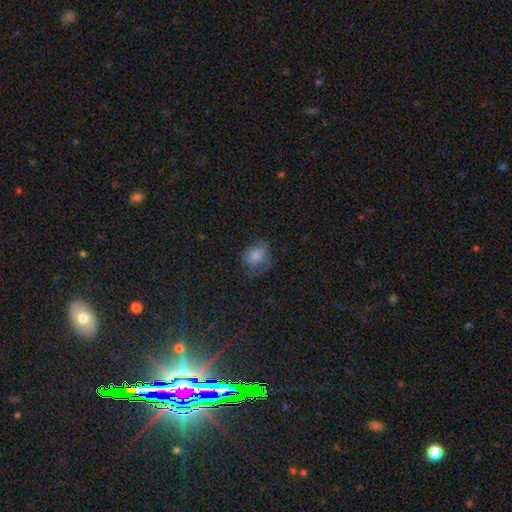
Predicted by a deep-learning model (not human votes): smooth-or-featured: smooth: 67% | featured or disk: 17% | star or artifact: 16%
  how-rounded: round: 56% | in between: 43% | cigar-shaped: 1%
  merging: none: 61% | minor disturbance: 25% | major disturbance: 12% | merger: 2%